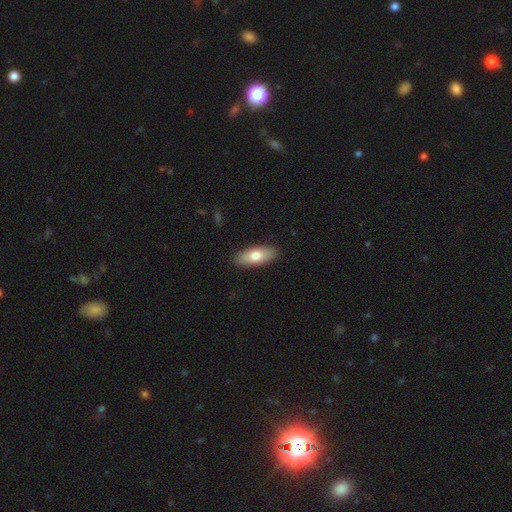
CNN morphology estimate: type=smooth (75%); roundness=in between (76%); merging=none (89%).